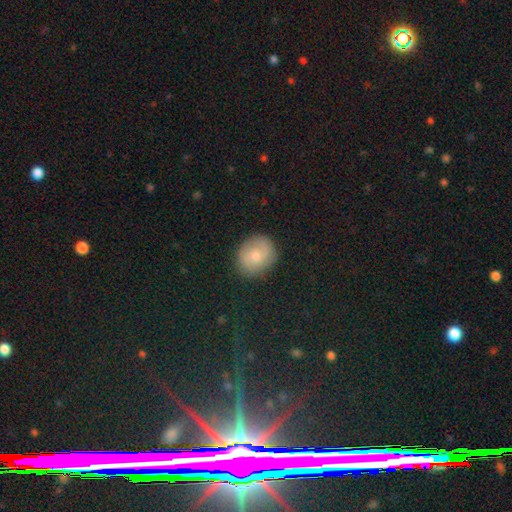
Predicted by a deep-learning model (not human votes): Morphology: type=smooth (62%); roundness=round (72%); merging=none (83%).